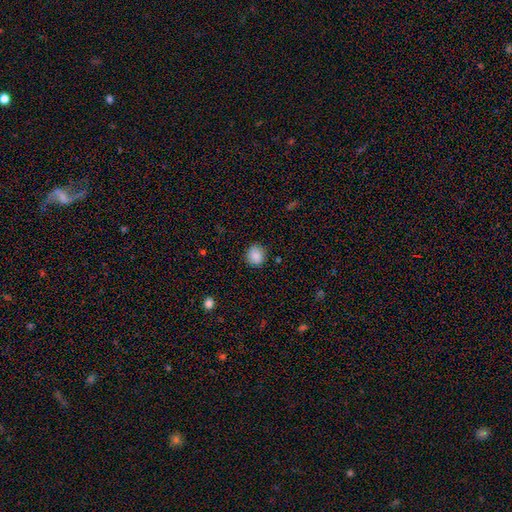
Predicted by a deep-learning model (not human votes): smooth 87%, star or artifact 9%, featured or disk 4%. Down the decision tree: how rounded — round (84%); merging — none (87%).